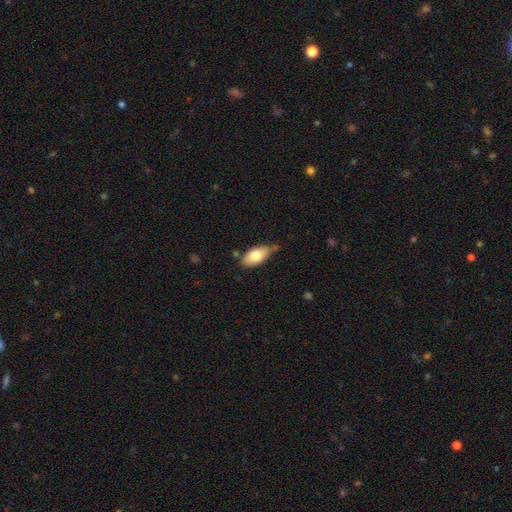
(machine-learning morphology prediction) Smooth or featured? smooth (73%)
How rounded? in between (90%)
Merging? none (61%)